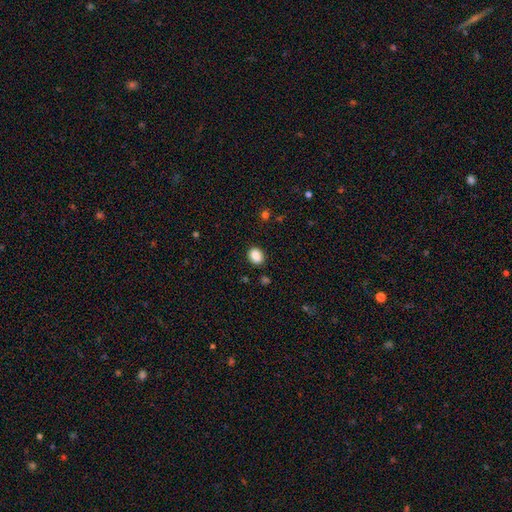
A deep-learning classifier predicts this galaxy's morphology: smooth-or-featured: smooth: 88% | star or artifact: 9% | featured or disk: 4%
  how-rounded: in between: 54% | round: 45% | cigar-shaped: 1%
  merging: none: 87% | minor disturbance: 9% | major disturbance: 2% | merger: 2%